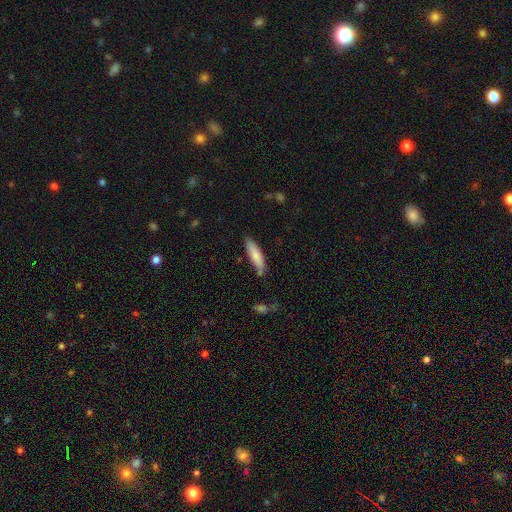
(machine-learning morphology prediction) Smooth or featured? Predicted: smooth (p=0.79). How rounded? Predicted: cigar-shaped (p=0.72). Merging? Predicted: none (p=0.76).